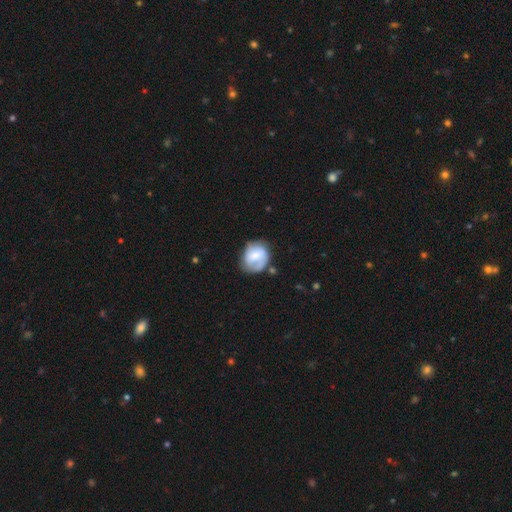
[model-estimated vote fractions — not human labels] smooth 52%, featured or disk 41%, star or artifact 7%. Down the decision tree: how rounded — round (65%); merging — none (58%).